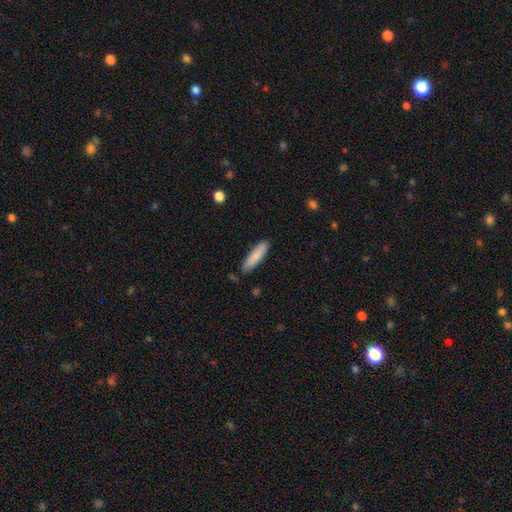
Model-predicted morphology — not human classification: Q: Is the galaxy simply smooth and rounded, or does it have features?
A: smooth — 85%.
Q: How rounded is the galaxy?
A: cigar-shaped — 80%.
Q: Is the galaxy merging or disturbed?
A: none — 84%.